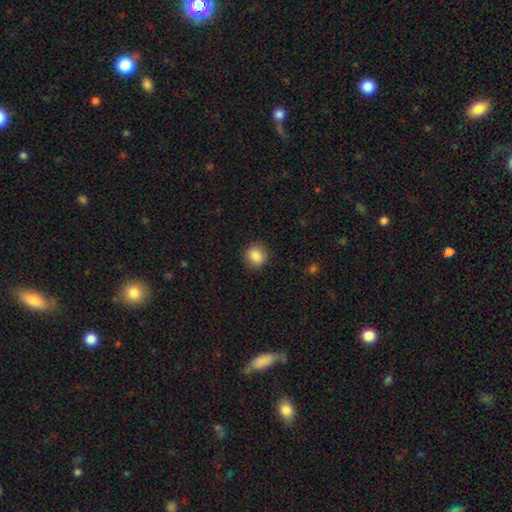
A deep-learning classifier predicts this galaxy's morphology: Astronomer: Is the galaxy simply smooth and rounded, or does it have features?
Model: smooth — 86%.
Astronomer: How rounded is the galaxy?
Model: round — 82%.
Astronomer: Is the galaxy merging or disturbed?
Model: none — 88%.